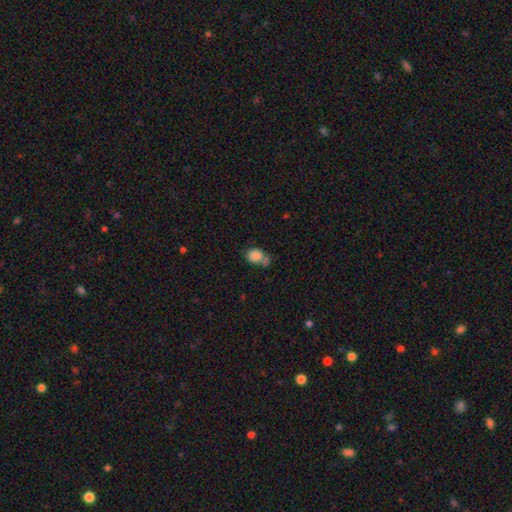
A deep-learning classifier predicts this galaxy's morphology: smooth_or_featured: smooth (p=0.83) [alt: star or artifact p=0.09]
how_rounded: in between (p=0.54) [alt: round p=0.45]
merging: none (p=0.44) [alt: merger p=0.26]